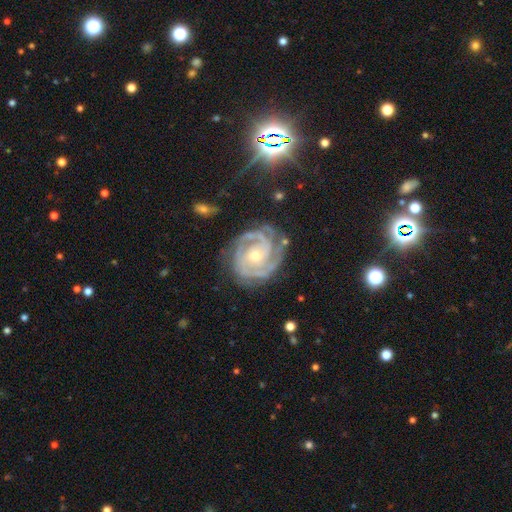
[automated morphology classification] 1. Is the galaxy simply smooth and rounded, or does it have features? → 90% featured or disk, 6% star or artifact, 4% smooth.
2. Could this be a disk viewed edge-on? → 98% no, 2% yes.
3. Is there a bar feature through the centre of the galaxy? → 68% no, 22% weak, 9% strong.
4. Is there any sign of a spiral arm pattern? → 98% yes, 2% no.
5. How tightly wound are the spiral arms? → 73% tight, 24% medium, 3% loose.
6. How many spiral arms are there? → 34% 2 (tied), 34% 3 (tied), 13% can't tell, 9% 4, 5% more than 4, 5% 1.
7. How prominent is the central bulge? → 59% small, 38% moderate, 1% large, 1% none, 1% dominant.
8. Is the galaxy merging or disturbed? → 72% none, 19% minor disturbance, 7% major disturbance, 2% merger.